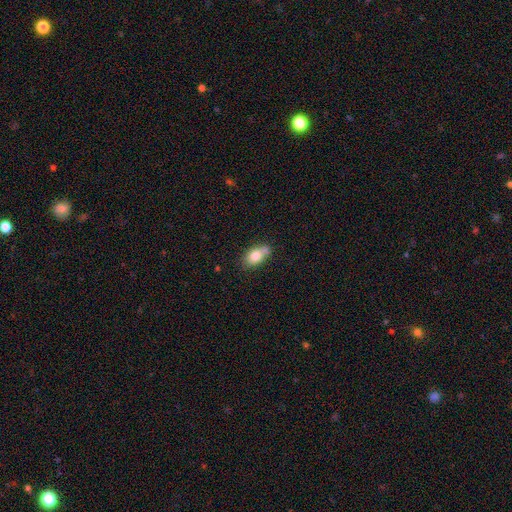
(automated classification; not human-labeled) smooth_or_featured: smooth (p=0.79) [alt: featured or disk p=0.13]
how_rounded: in between (p=0.86) [alt: round p=0.10]
merging: none (p=0.54) [alt: minor disturbance p=0.23]